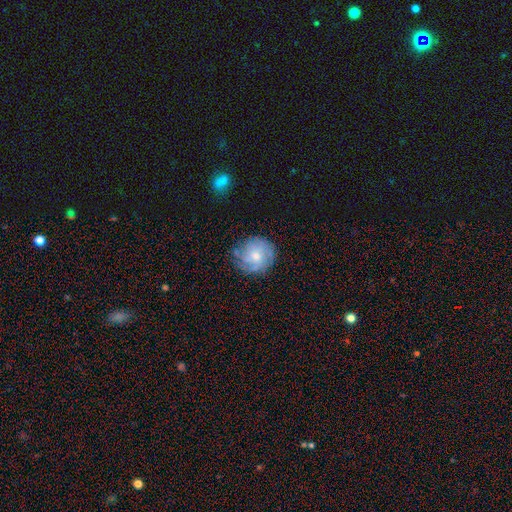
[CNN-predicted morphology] A featured or disk galaxy (51%). Merging: none (73%).